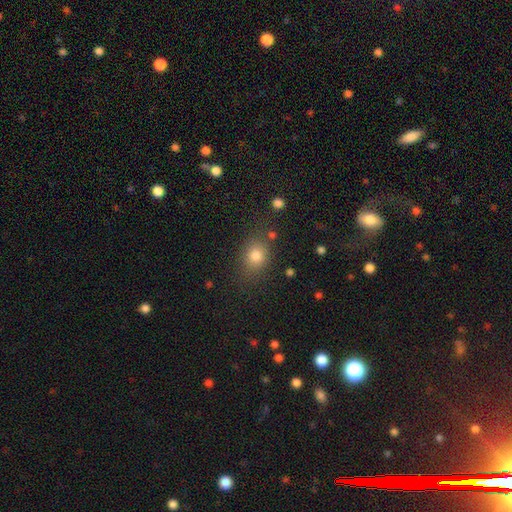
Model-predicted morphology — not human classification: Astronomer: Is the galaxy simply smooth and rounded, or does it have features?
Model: smooth — 78%.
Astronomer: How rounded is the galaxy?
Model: round — 51% (runner-up: in between, 48%).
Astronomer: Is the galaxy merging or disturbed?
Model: none — 75%.